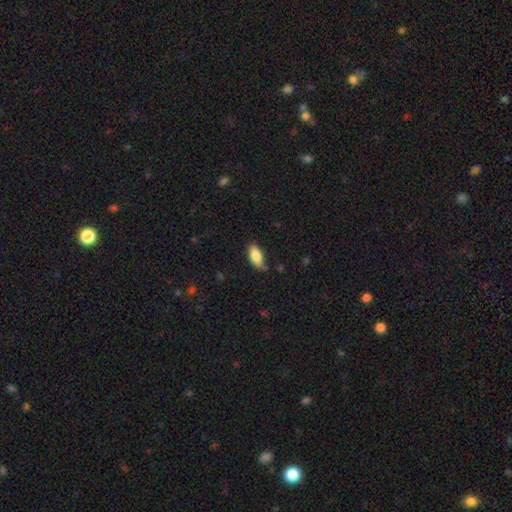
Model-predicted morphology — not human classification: Smooth or featured: smooth — 82% (featured or disk — 11%)
How rounded: in between — 90% (cigar-shaped — 6%)
Merging: none — 70% (minor disturbance — 24%)